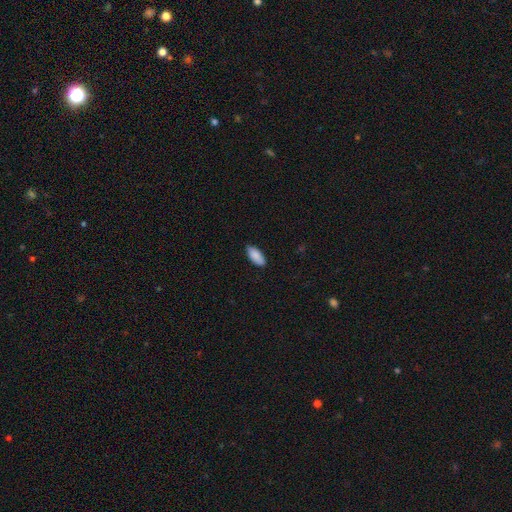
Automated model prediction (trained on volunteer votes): Smooth or featured?
  - smooth: 89% *
  - star or artifact: 6%
  - featured or disk: 5%
How rounded?
  - in between: 88% *
  - cigar-shaped: 10%
  - round: 2%
Merging?
  - none: 85% *
  - minor disturbance: 12%
  - major disturbance: 2%
  - merger: 1%